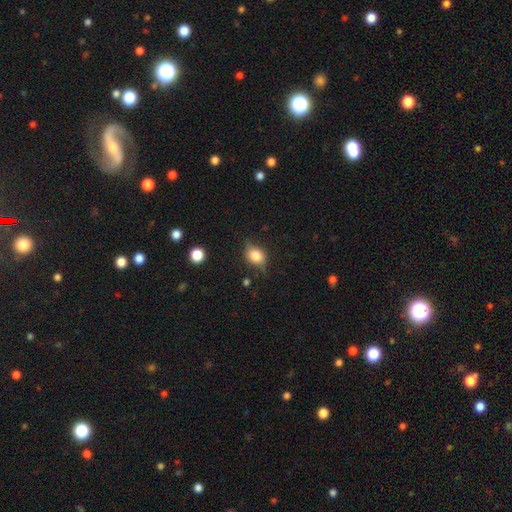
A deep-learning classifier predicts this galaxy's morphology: This appears to be a smooth galaxy with no disk features (74%) that is in between round and cigar-shaped (53%). Merging: none (66%).